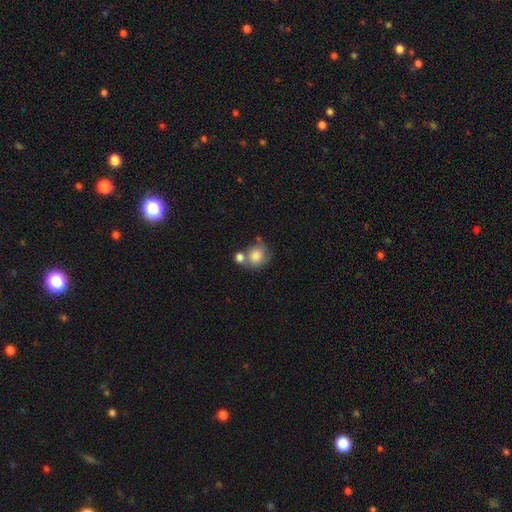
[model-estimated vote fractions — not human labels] smooth-or-featured: smooth: 78% | featured or disk: 14% | star or artifact: 8%
  how-rounded: round: 74% | in between: 25% | cigar-shaped: 1%
  merging: merger: 42% | none: 34% | minor disturbance: 16% | major disturbance: 8%